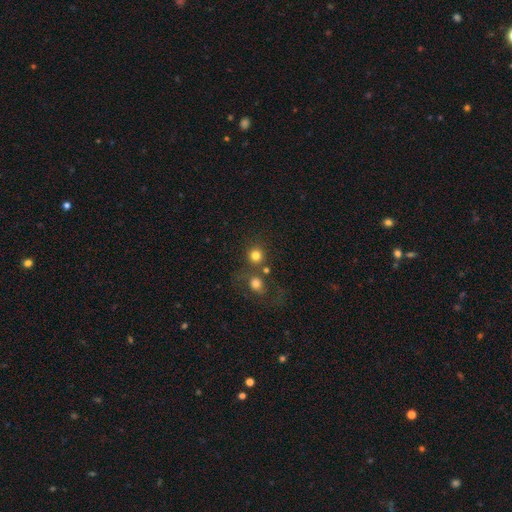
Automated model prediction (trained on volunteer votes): Smooth or featured? smooth (77%)
How rounded? round (89%)
Merging? none (62%)